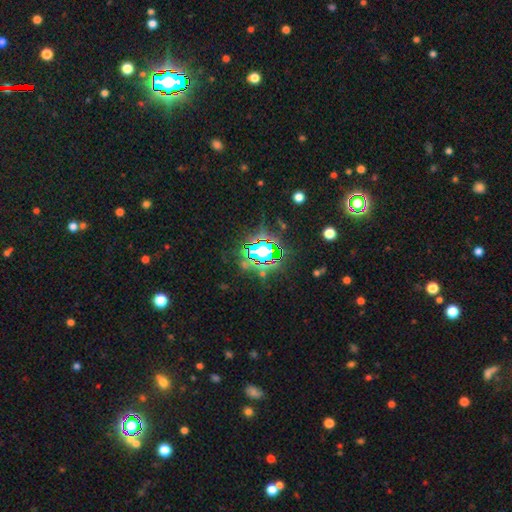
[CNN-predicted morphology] This appears to be a star or artifact, not a galaxy (79%).